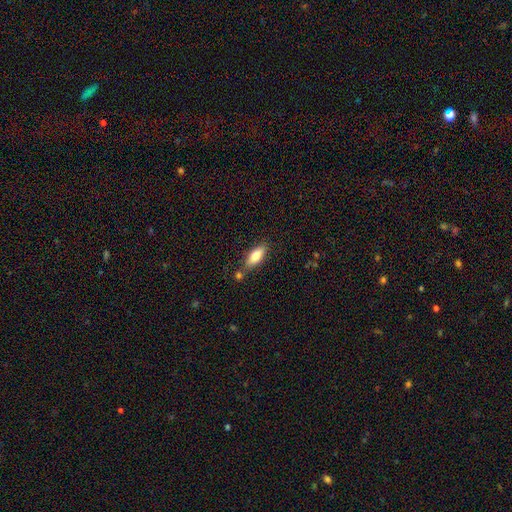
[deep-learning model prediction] Smooth or featured?
  - smooth: 79% *
  - featured or disk: 15%
  - star or artifact: 6%
How rounded?
  - in between: 73% *
  - cigar-shaped: 25%
  - round: 2%
Merging?
  - none: 72% *
  - minor disturbance: 15%
  - merger: 10%
  - major disturbance: 3%